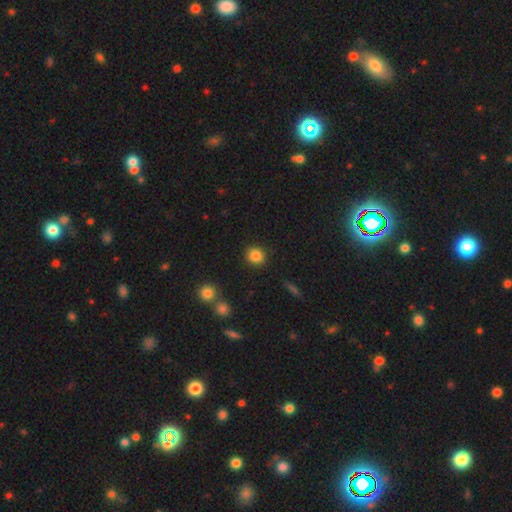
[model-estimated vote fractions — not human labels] Smooth or featured? Predicted: smooth (p=0.85). How rounded? Predicted: round (p=0.82). Merging? Predicted: none (p=0.89).